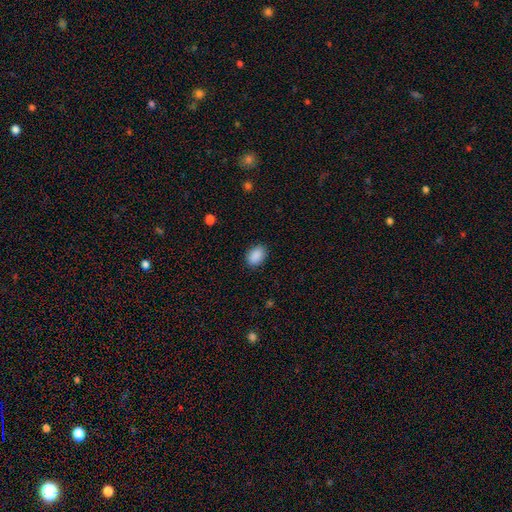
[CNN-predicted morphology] Smooth or featured: smooth — 90% (star or artifact — 8%)
How rounded: in between — 81% (round — 18%)
Merging: none — 87% (minor disturbance — 10%)